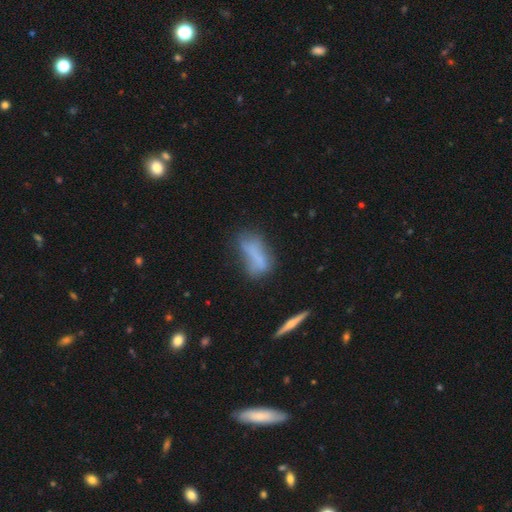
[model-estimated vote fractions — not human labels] Q: Smooth or featured?
A: smooth (64%); runner-up: featured or disk (25%)
Q: How rounded?
A: in between (58%); runner-up: cigar-shaped (38%)
Q: Merging?
A: none (41%); runner-up: minor disturbance (30%)